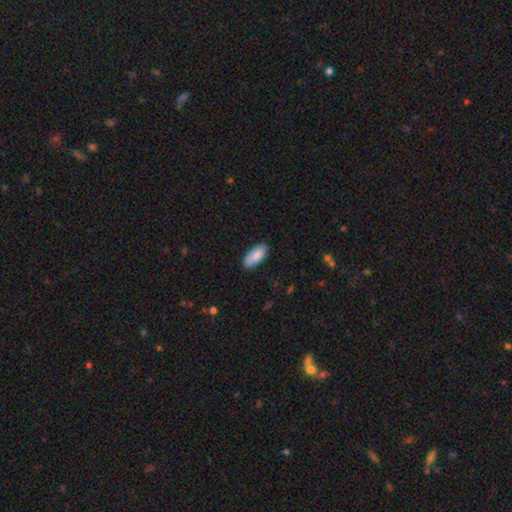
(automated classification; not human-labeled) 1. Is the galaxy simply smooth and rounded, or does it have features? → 86% smooth, 8% featured or disk, 6% star or artifact.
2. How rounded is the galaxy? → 83% in between, 15% cigar-shaped, 2% round.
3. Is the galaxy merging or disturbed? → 81% none, 15% minor disturbance, 2% major disturbance, 1% merger.